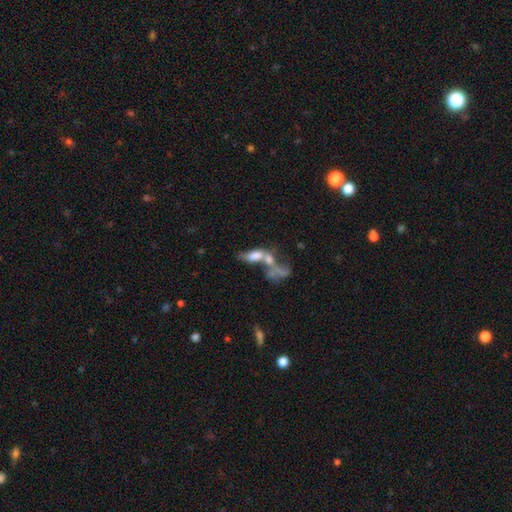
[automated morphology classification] smooth 53%, featured or disk 35%, star or artifact 12%. Down the decision tree: how rounded — in between (73%); merging — merger (66%).